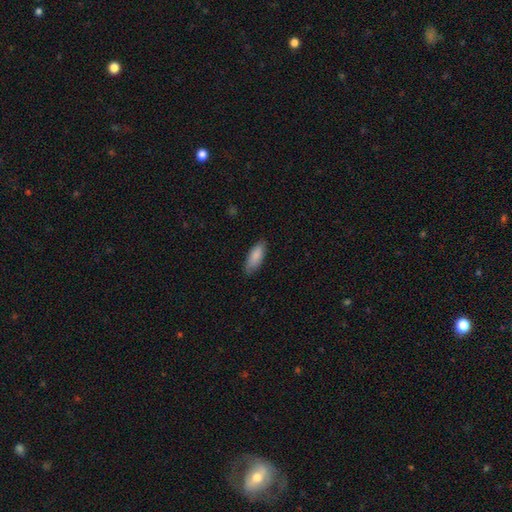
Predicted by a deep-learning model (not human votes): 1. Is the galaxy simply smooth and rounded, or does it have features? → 87% smooth, 8% featured or disk, 6% star or artifact.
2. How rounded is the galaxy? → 75% in between, 24% cigar-shaped, 2% round.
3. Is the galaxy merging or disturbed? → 83% none, 14% minor disturbance, 2% major disturbance, 1% merger.